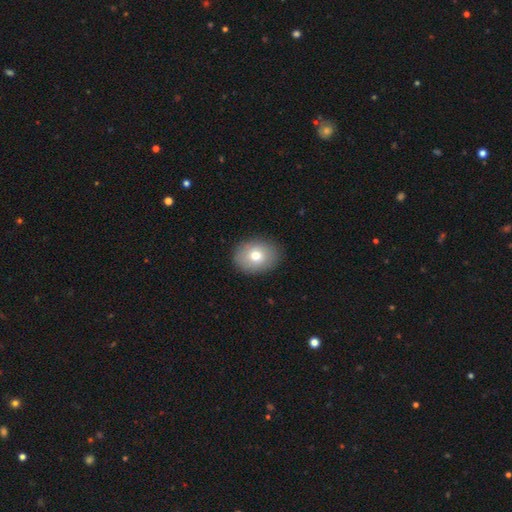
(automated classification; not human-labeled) Q: Smooth or featured?
A: smooth (75%); runner-up: featured or disk (16%)
Q: How rounded?
A: in between (53%); runner-up: round (46%)
Q: Merging?
A: none (88%); runner-up: minor disturbance (9%)